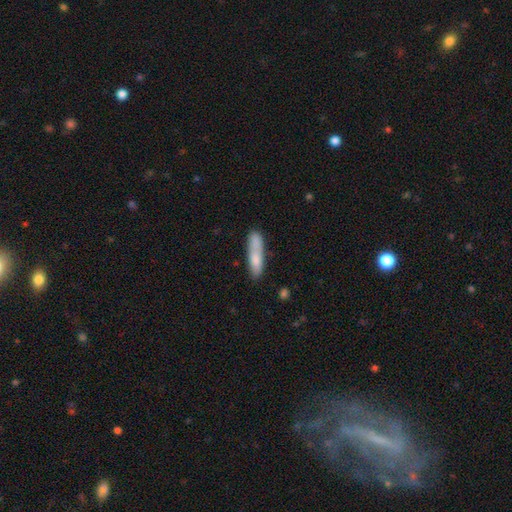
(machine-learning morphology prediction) smooth 75%, featured or disk 18%, star or artifact 7%. Down the decision tree: how rounded — cigar-shaped (79%); merging — none (61%).